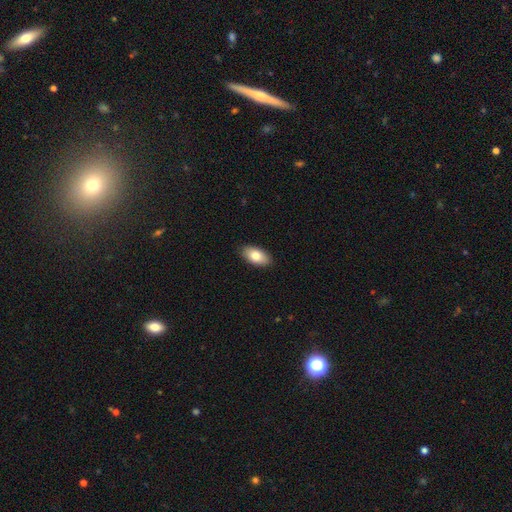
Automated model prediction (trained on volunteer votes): Smooth or featured? smooth (81%)
How rounded? in between (94%)
Merging? none (89%)